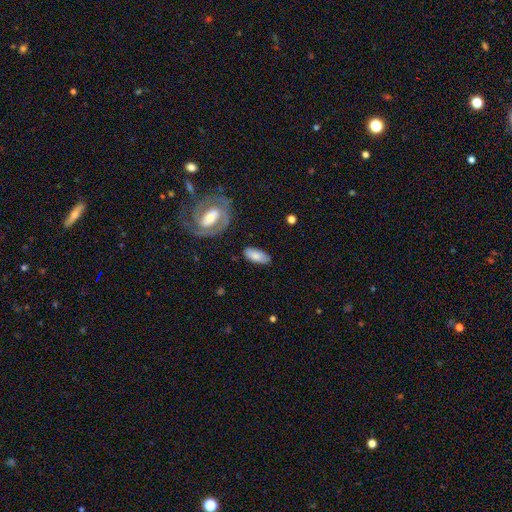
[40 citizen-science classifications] This appears to be a smooth galaxy with no disk features (80%) that is in between round and cigar-shaped (91%). Merging: none (84%).